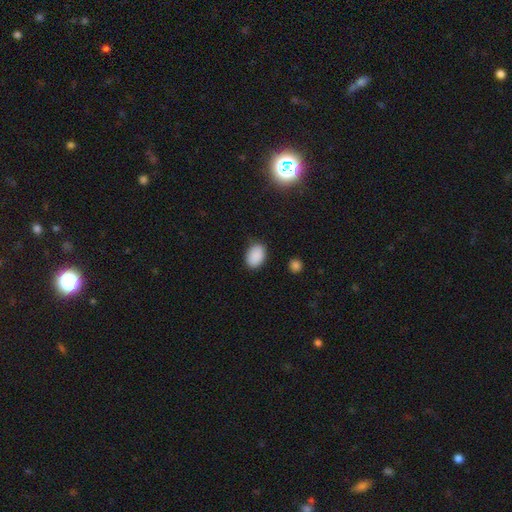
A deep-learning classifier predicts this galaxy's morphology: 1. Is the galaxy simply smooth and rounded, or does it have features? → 89% smooth, 8% star or artifact, 3% featured or disk.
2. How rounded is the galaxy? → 83% in between, 16% round, 1% cigar-shaped.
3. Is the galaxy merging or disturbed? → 81% none, 14% minor disturbance, 3% major disturbance, 1% merger.